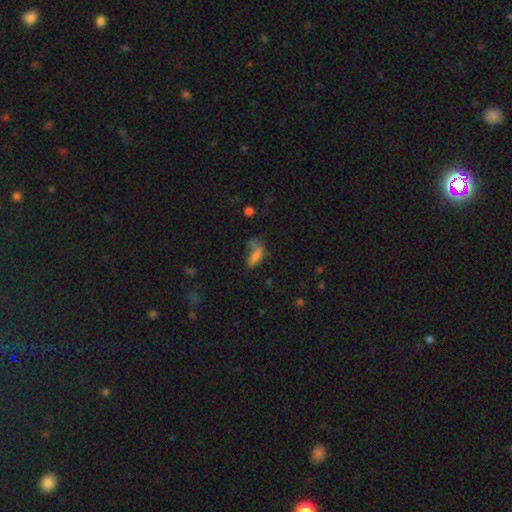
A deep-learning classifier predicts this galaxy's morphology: Smooth or featured: smooth — 74% (star or artifact — 14%)
How rounded: in between — 59% (cigar-shaped — 37%)
Merging: none — 40% (merger — 21%)